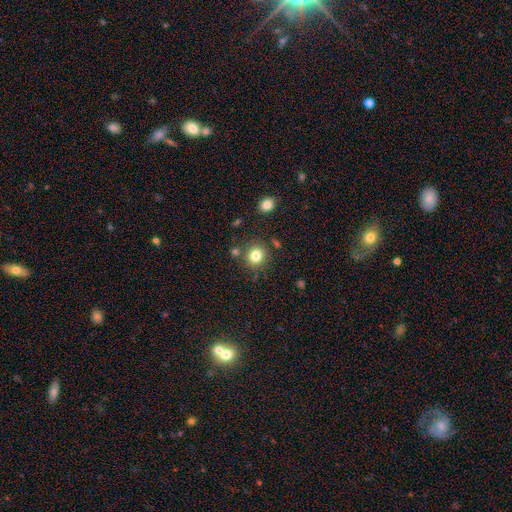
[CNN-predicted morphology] Smooth or featured? smooth (81%)
How rounded? round (86%)
Merging? none (81%)